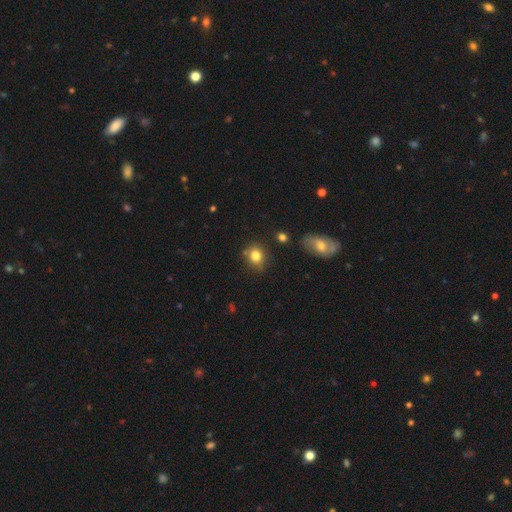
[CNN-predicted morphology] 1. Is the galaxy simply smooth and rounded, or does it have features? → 81% smooth, 11% star or artifact, 8% featured or disk.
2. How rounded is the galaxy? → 67% round, 32% in between, 1% cigar-shaped.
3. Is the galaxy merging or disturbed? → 72% none, 18% minor disturbance, 6% merger, 4% major disturbance.